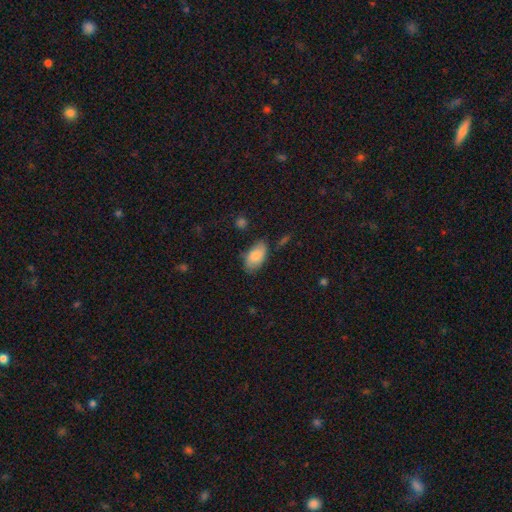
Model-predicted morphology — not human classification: type=smooth (80%); roundness=in between (94%); merging=none (72%).